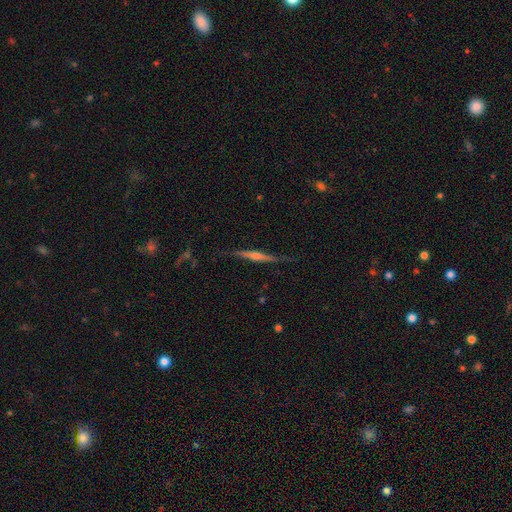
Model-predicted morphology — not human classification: type=featured or disk (79%); edge-on=yes (97%); edge-on bulge=rounded (80%); merging=none (81%).